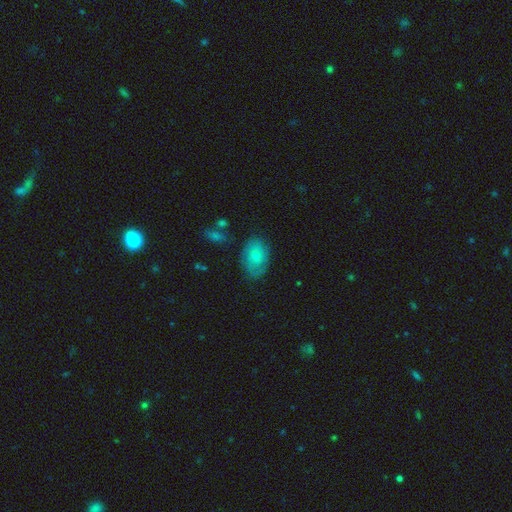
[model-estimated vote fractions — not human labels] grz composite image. It shows a smooth galaxy with no disk features (54%) that is in between round and cigar-shaped (84%). Merging: none (75%).